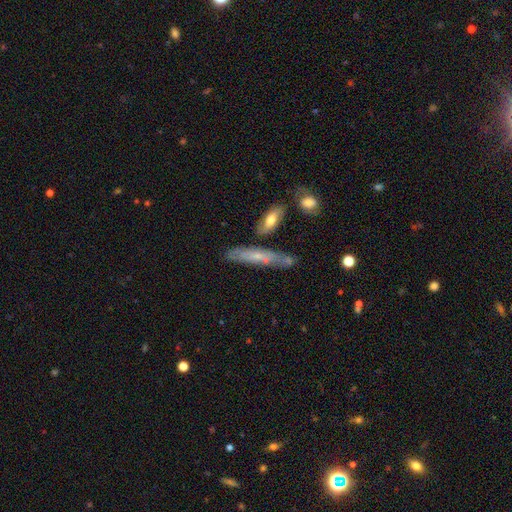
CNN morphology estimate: This is possibly a smooth galaxy (46%, tied with featured or disk). Merging: likely none (61%).